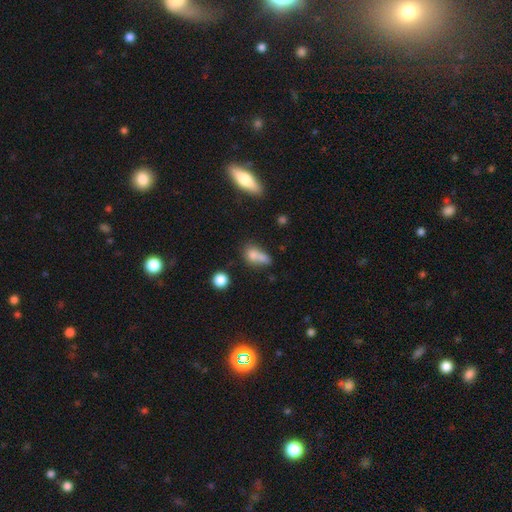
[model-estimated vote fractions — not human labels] A smooth galaxy with no disk features (72%) that is in between round and cigar-shaped (66%). Merging: merger (38%).